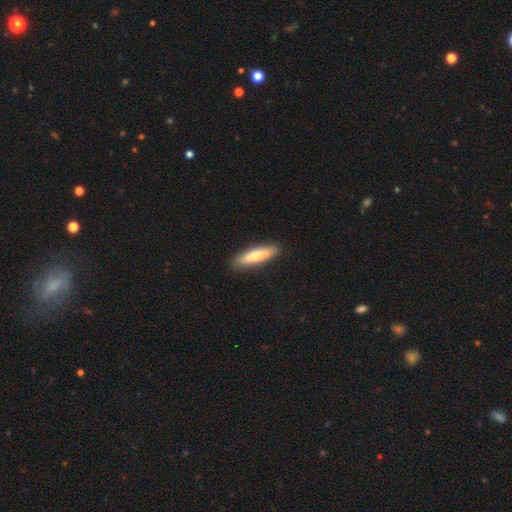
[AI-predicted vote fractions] Overall: smooth (78%). How rounded: cigar-shaped (78%). Merging: none (89%).